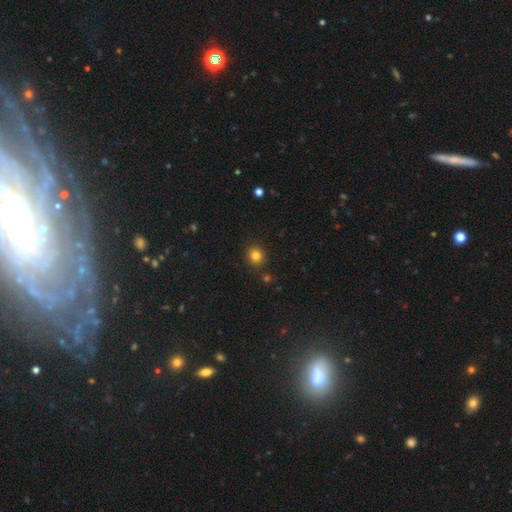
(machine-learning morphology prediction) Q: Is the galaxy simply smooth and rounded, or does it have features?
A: smooth — 82%.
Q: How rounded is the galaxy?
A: round — 85%.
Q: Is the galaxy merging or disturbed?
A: none — 88%.